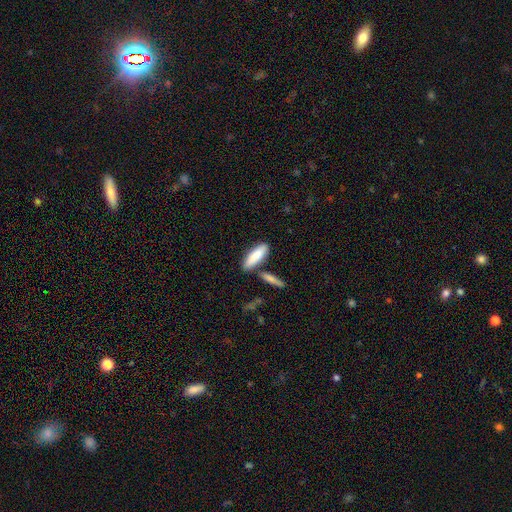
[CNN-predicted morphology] Smooth or featured? smooth (84%)
How rounded? cigar-shaped (49%, tied with in between)
Merging? none (70%)